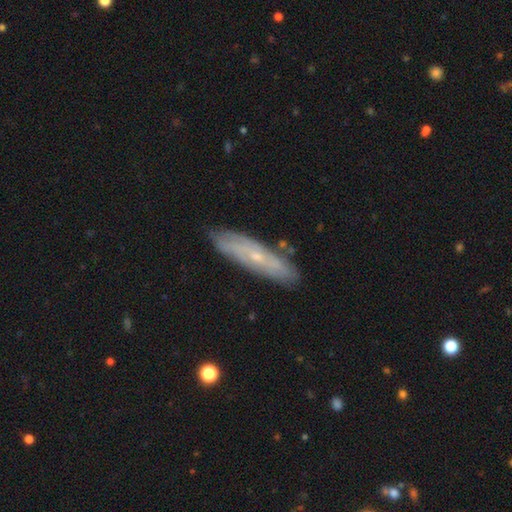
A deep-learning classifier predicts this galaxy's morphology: Smooth or featured?
  - featured or disk: 60% *
  - smooth: 32%
  - star or artifact: 8%
Edge-on disk?
  - no: 57% *
  - yes: 43%
Merging?
  - none: 82% *
  - minor disturbance: 13%
  - major disturbance: 3%
  - merger: 2%